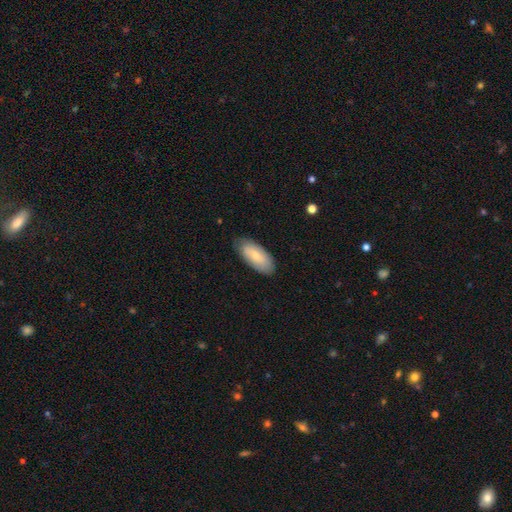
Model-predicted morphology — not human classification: This is likely a smooth galaxy (74%). How rounded: clearly in between (89%). Merging: likely none (79%).